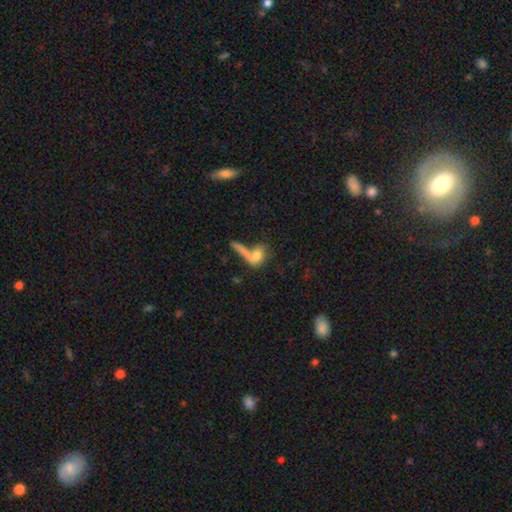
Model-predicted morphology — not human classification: Smooth or featured?
  - smooth: 51% *
  - featured or disk: 30%
  - star or artifact: 19%
How rounded?
  - in between: 42% *
  - round: 33%
  - cigar-shaped: 25%
Merging?
  - none: 38% *
  - merger: 36%
  - major disturbance: 14%
  - minor disturbance: 12%